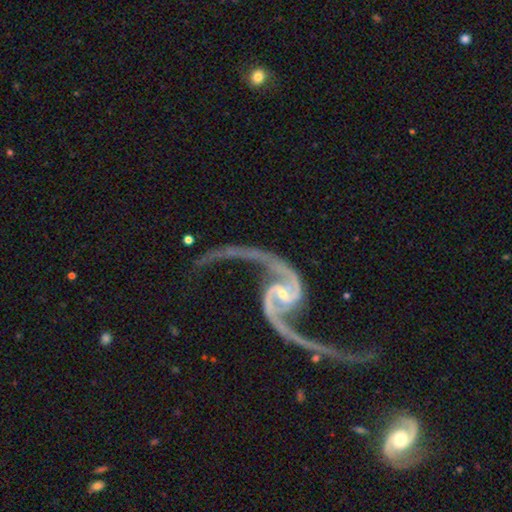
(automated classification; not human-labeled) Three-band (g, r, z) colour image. It shows a featured or disk galaxy (94%) with no bar (40%), 2 (95%) loose (71%) spiral arms (98%) and a small central bulge (71%). Merging: none (63%).